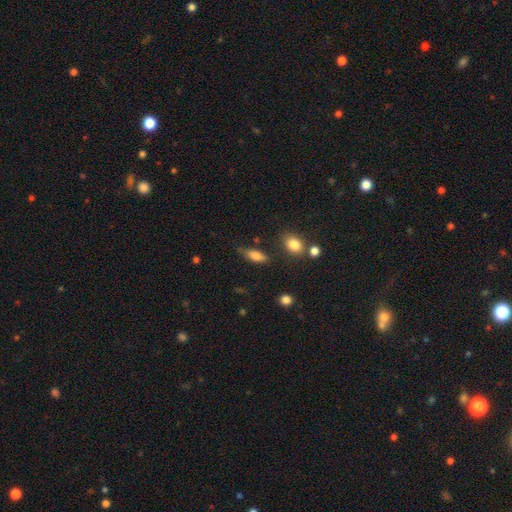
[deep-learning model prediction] Smooth or featured? Predicted: smooth (p=0.76). How rounded? Predicted: in between (p=0.73). Merging? Predicted: none (p=0.67).